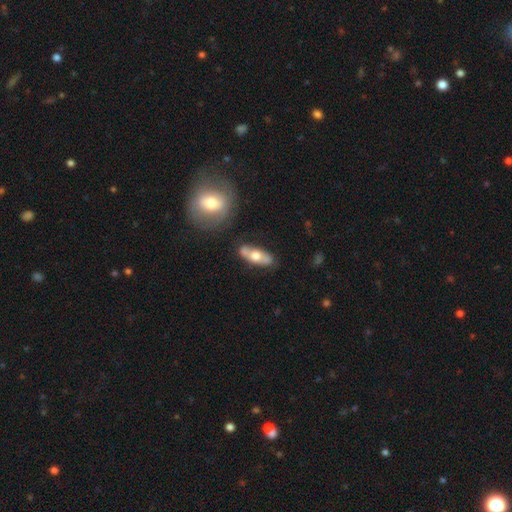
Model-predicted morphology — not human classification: This appears to be a smooth galaxy with no disk features (52%) that is in between round and cigar-shaped (70%). Merging: none (73%).